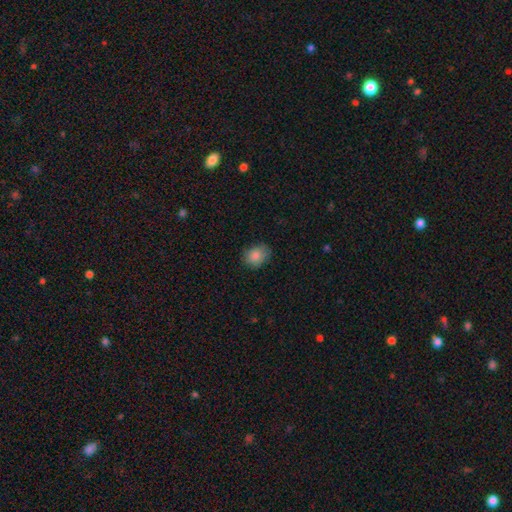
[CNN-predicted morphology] Overall: smooth (86%). How rounded: round (50%, tied with in between). Merging: none (78%).